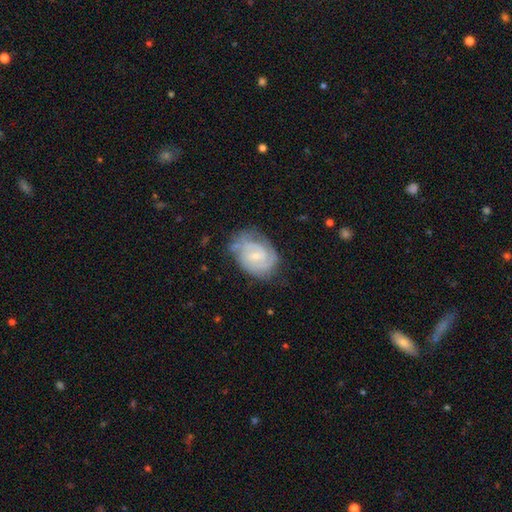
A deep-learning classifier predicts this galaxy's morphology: Smooth or featured? featured or disk (80%)
Edge-on disk? no (98%)
Bar? no (47%)
Spiral arms? yes (94%)
Spiral winding? tight (62%)
Spiral arm count? 2 (51%)
Bulge size? small (68%)
Merging? none (64%)